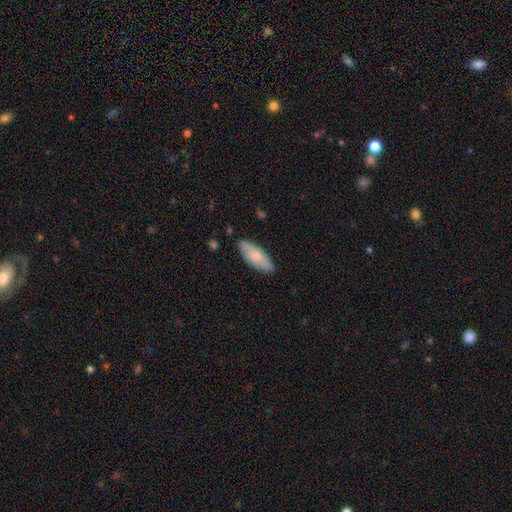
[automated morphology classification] smooth 67%, featured or disk 27%, star or artifact 6%. Down the decision tree: how rounded — in between (80%); merging — none (78%).